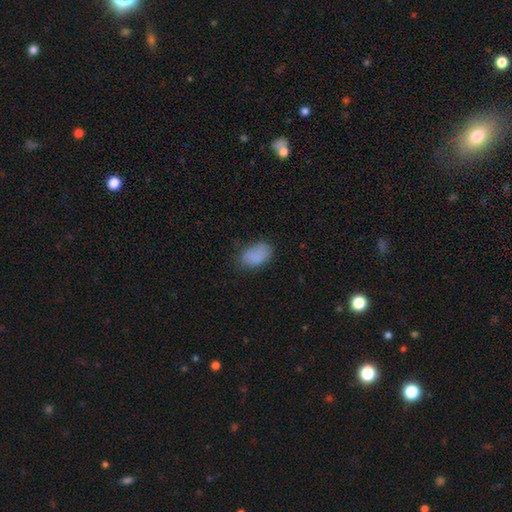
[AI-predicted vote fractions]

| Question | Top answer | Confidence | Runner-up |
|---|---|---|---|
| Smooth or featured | smooth | 83% | star or artifact (9%) |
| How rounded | in between | 90% | round (9%) |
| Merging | none | 64% | minor disturbance (25%) |